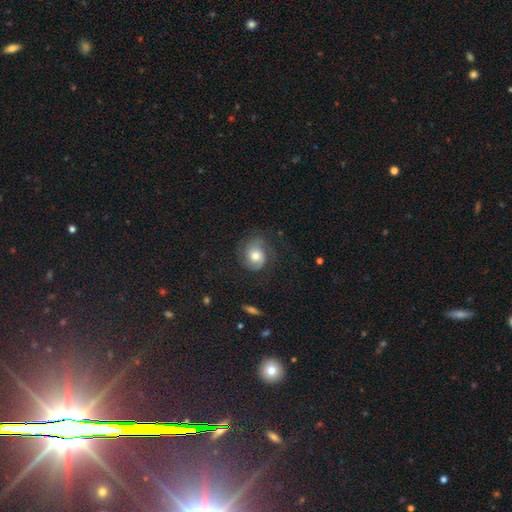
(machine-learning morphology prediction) smooth-or-featured: featured or disk: 57% | smooth: 35% | star or artifact: 8%
  disk-edge-on: no: 97% | yes: 3%
    bar: no: 76% | weak: 20% | strong: 4%
    has-spiral-arms: yes: 88% | no: 12%
    bulge-size: moderate: 69% | small: 15% | large: 13% | dominant: 2% | none: 1%
  merging: none: 68% | minor disturbance: 18% | major disturbance: 13% | merger: 1%